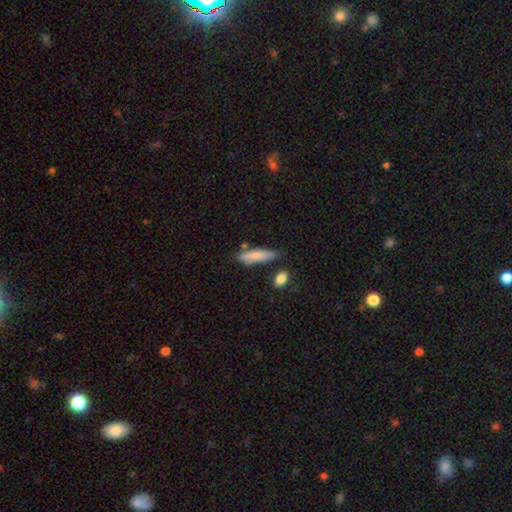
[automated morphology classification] smooth 81%, featured or disk 12%, star or artifact 6%. Down the decision tree: how rounded — cigar-shaped (64%); merging — none (69%).